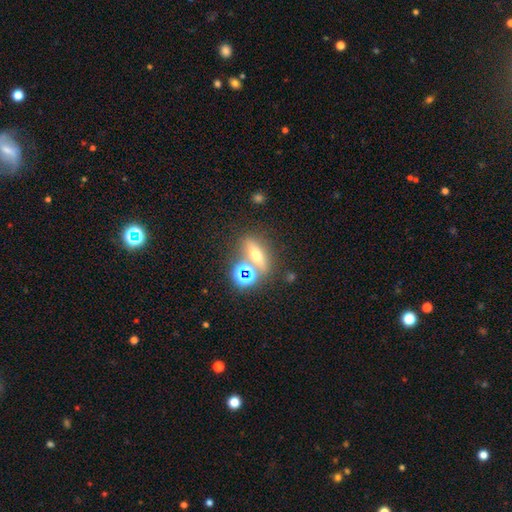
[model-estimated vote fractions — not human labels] The model was most divided on "smooth or featured": smooth: 44%, featured or disk: 29%, star or artifact: 26%. More confident: merging — none (67%).